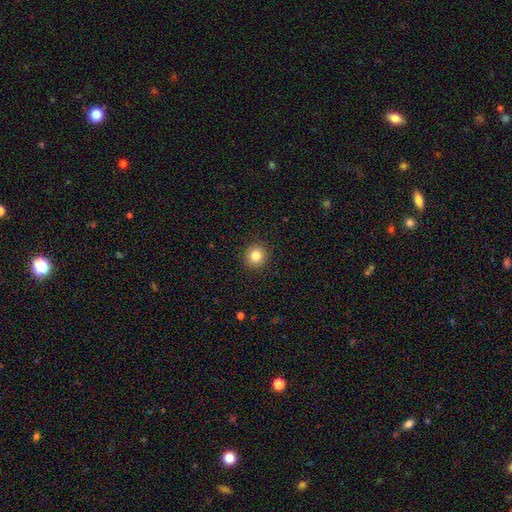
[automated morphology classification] This is clearly a smooth galaxy (82%). How rounded: clearly round (93%). Merging: clearly none (92%).